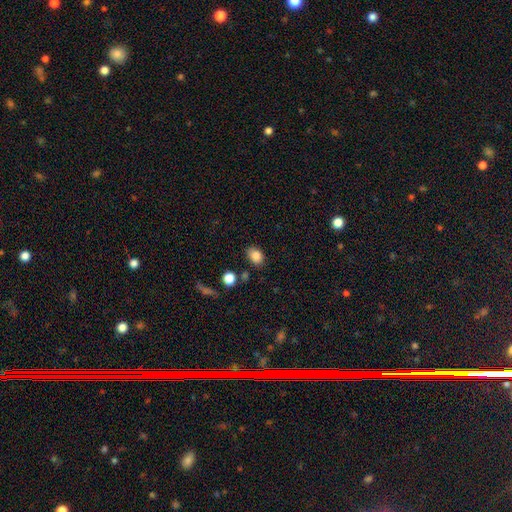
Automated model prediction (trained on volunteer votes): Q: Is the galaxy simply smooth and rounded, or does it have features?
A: smooth — 84%.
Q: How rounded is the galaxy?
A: in between — 73%.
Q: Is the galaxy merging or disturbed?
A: none — 81%.